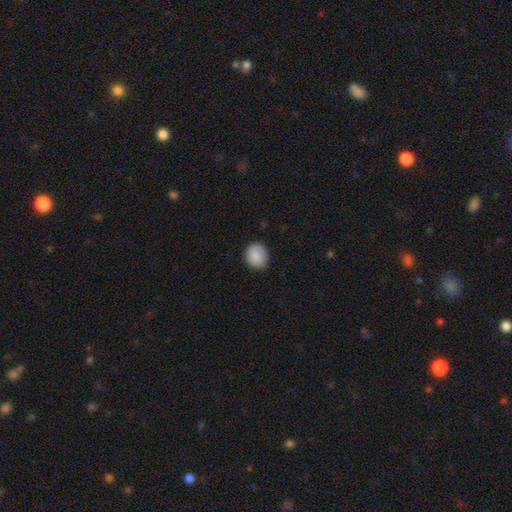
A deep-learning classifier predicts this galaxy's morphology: smooth 85%, featured or disk 8%, star or artifact 7%. Down the decision tree: how rounded — round (71%); merging — none (84%).